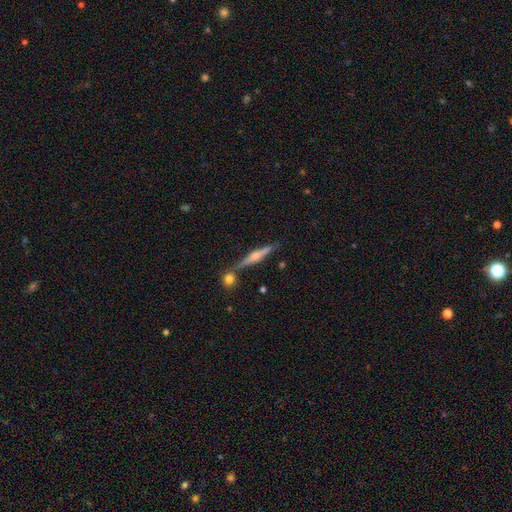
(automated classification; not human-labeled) A featured or disk galaxy (72%) viewed edge-on (95%) with a rounded central bulge (83%). Merging: none (72%).